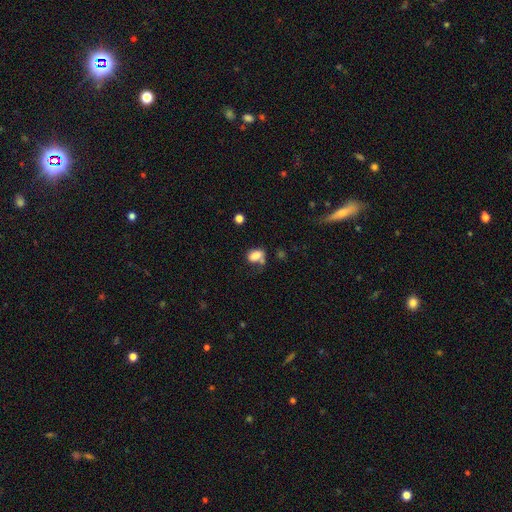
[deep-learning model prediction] smooth_or_featured: smooth (p=0.78) [alt: featured or disk p=0.11]
how_rounded: in between (p=0.82) [alt: round p=0.16]
merging: none (p=0.36) [alt: minor disturbance p=0.23]